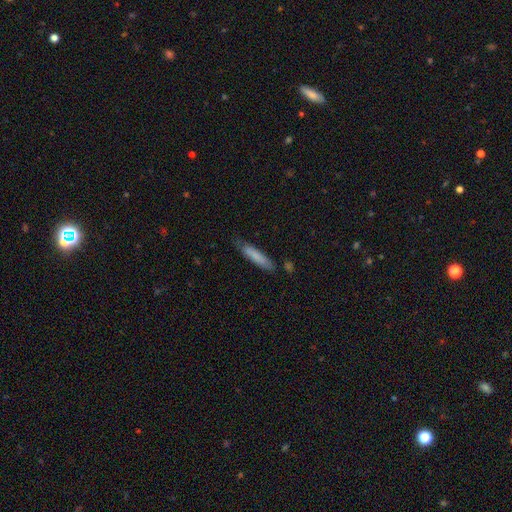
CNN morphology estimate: Overall: smooth (78%). How rounded: cigar-shaped (87%). Merging: none (73%).